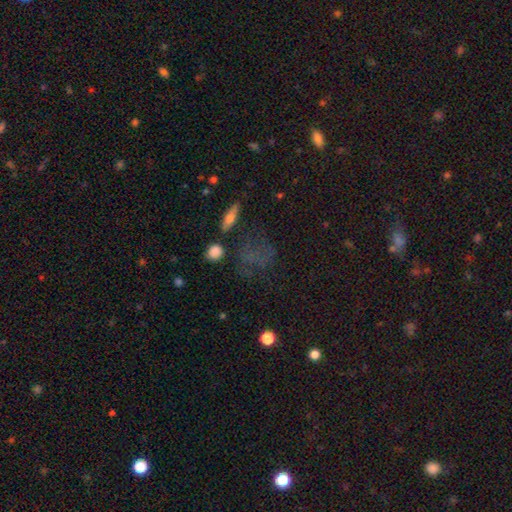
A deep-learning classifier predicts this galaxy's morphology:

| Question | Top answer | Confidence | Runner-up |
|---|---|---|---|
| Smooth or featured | smooth | 43% | star or artifact (37%) |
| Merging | none | 50% | major disturbance (22%) |